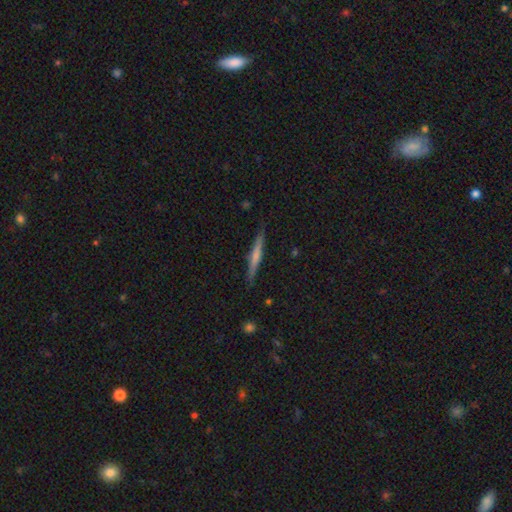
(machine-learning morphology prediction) Smooth or featured: featured or disk — 51% (smooth — 43%)
Edge-on disk: yes — 97% (no — 3%)
Merging: none — 89% (minor disturbance — 8%)